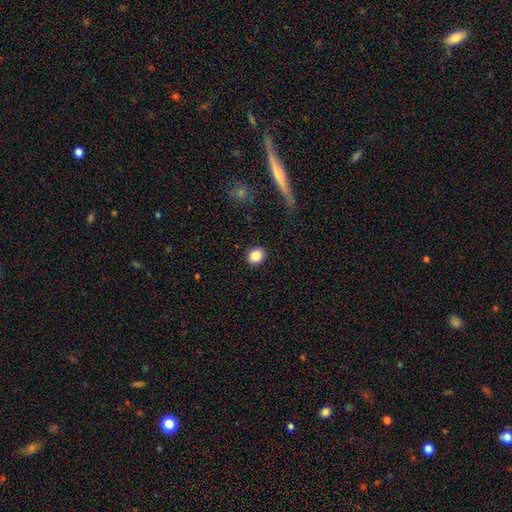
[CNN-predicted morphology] Smooth or featured?
  - smooth: 85% *
  - star or artifact: 9%
  - featured or disk: 6%
How rounded?
  - round: 64% *
  - in between: 35%
  - cigar-shaped: 1%
Merging?
  - none: 90% *
  - minor disturbance: 7%
  - major disturbance: 2%
  - merger: 1%